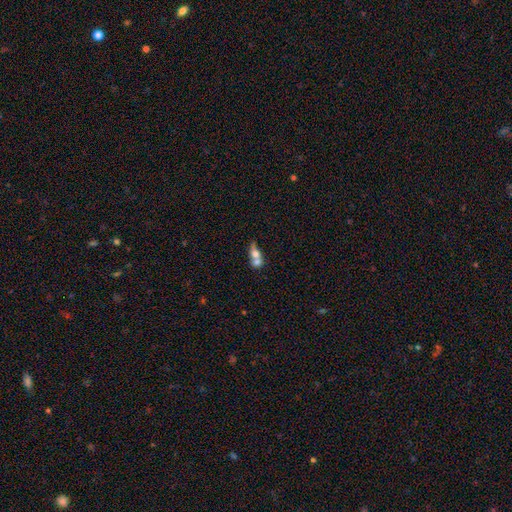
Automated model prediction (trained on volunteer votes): Morphology: type=smooth (64%); roundness=in between (54%); merging=merger (71%).